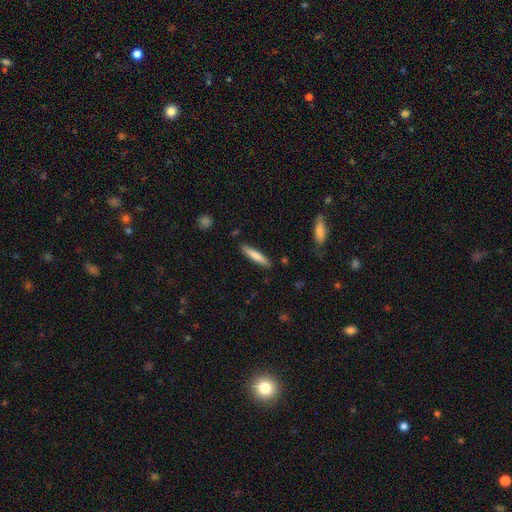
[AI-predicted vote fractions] Smooth or featured? smooth (73%)
How rounded? cigar-shaped (88%)
Merging? none (87%)